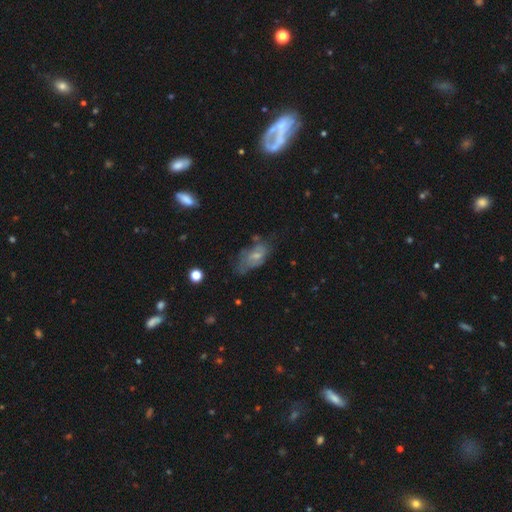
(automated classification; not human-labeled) The model was most divided on "smooth or featured": smooth: 47%, featured or disk: 42%, star or artifact: 10%. Remaining: merging — none (38%).